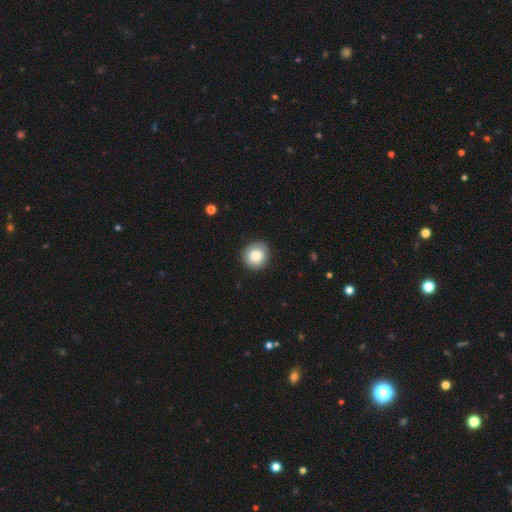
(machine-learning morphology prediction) Smooth or featured? smooth (83%)
How rounded? round (92%)
Merging? none (88%)